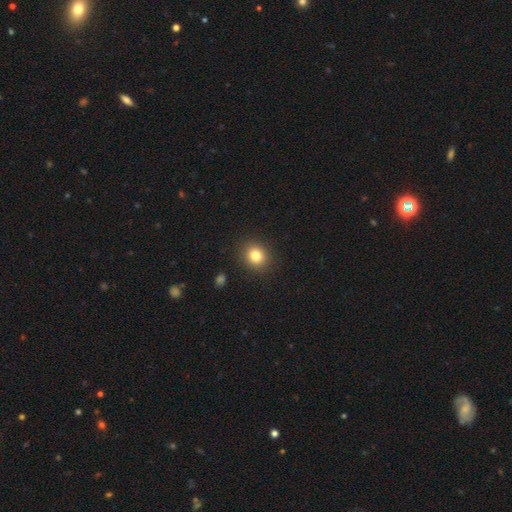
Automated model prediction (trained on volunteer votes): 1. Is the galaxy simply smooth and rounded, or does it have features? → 82% smooth, 11% star or artifact, 7% featured or disk.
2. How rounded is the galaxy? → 80% round, 19% in between, 1% cigar-shaped.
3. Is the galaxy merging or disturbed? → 90% none, 7% minor disturbance, 2% major disturbance, 1% merger.